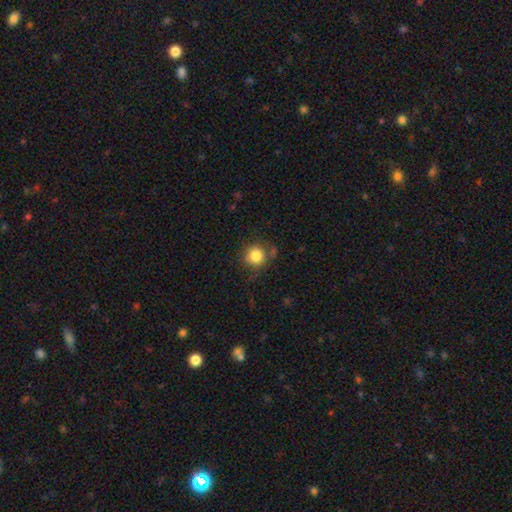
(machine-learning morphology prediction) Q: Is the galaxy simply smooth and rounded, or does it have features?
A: smooth — 83%.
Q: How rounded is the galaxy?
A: round — 90%.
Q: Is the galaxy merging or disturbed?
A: none — 70%.